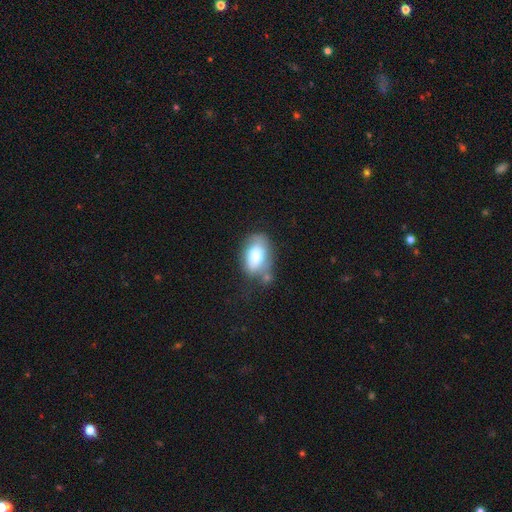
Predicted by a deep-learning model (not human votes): Morphology: type=smooth (71%); roundness=in between (87%); merging=none (48%).